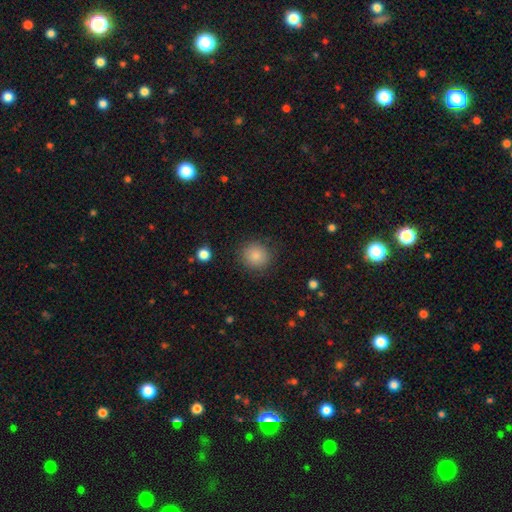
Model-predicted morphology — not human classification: Smooth or featured?
  - smooth: 86% *
  - star or artifact: 9%
  - featured or disk: 5%
How rounded?
  - round: 88% *
  - in between: 11%
  - cigar-shaped: 1%
Merging?
  - none: 86% *
  - minor disturbance: 9%
  - major disturbance: 3%
  - merger: 1%